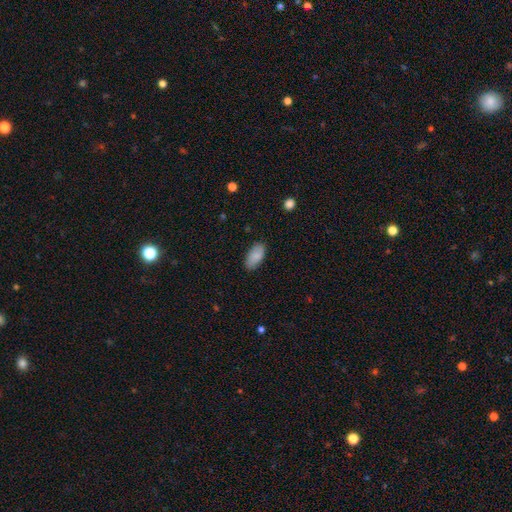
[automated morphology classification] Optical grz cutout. It shows a smooth galaxy with no disk features (88%) that is in between round and cigar-shaped (94%). Merging: none (85%).